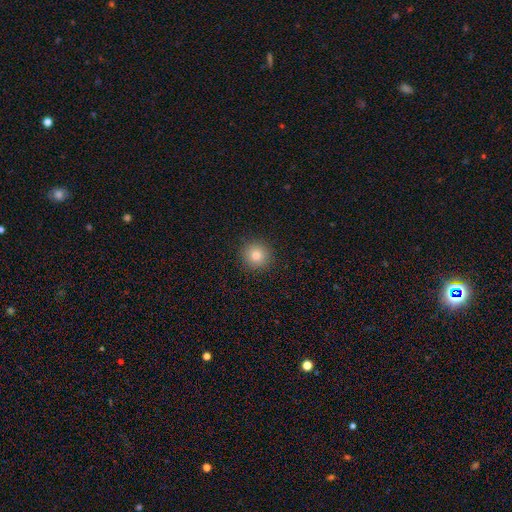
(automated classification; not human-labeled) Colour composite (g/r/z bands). It shows a smooth galaxy with no disk features (79%) that is round (94%). Merging: none (92%).